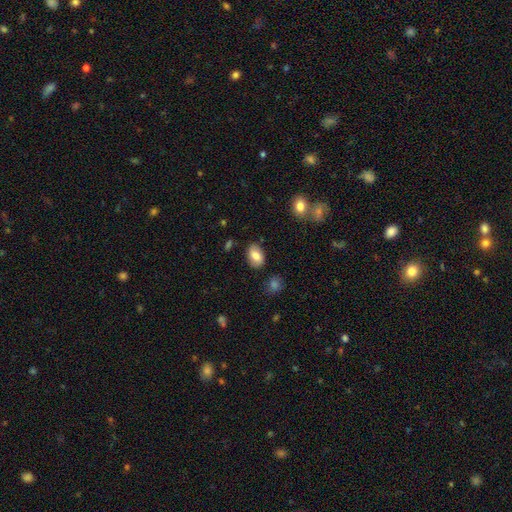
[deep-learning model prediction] Overall: smooth (80%). How rounded: in between (89%). Merging: none (80%).